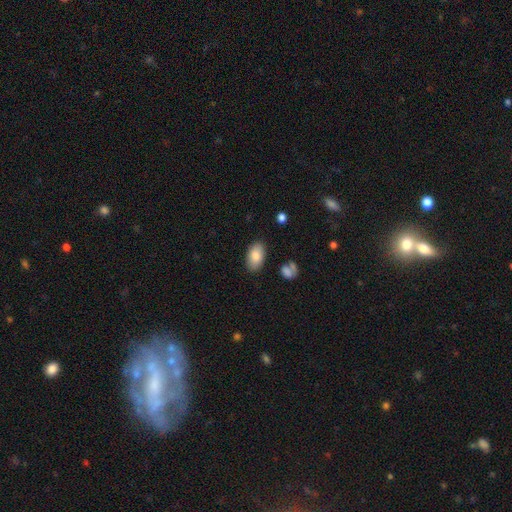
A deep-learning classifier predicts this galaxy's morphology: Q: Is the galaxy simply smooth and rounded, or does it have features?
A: smooth — 84%.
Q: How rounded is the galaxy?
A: in between — 94%.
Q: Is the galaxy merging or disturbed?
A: none — 84%.